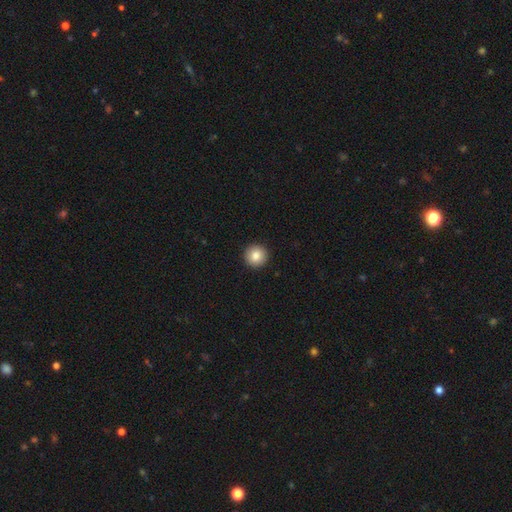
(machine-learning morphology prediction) Q: Smooth or featured?
A: smooth (85%); runner-up: star or artifact (9%)
Q: How rounded?
A: round (96%); runner-up: in between (3%)
Q: Merging?
A: none (94%); runner-up: minor disturbance (4%)